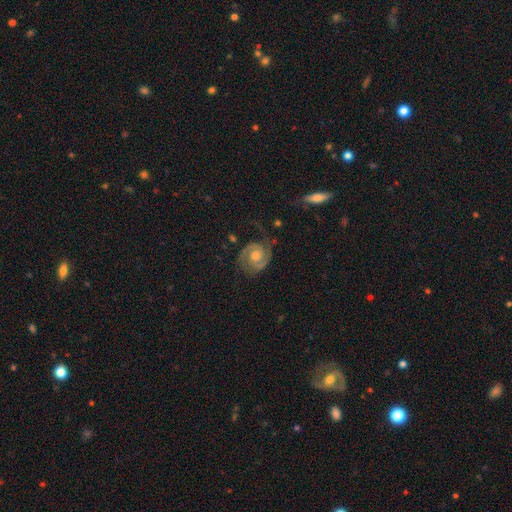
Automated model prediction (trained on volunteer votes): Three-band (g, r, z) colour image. It shows a featured or disk galaxy (87%) with no bar (67%), 2 (89%) tight (45%) spiral arms (97%) and a moderate central bulge (66%). Merging: none (67%).